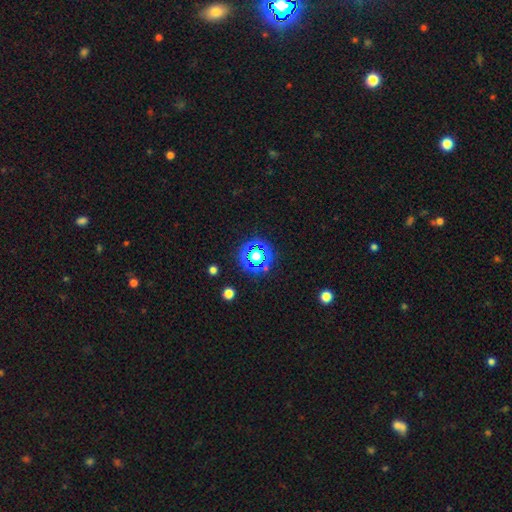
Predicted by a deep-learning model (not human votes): Smooth or featured?
  - star or artifact: 57% *
  - smooth: 32%
  - featured or disk: 11%